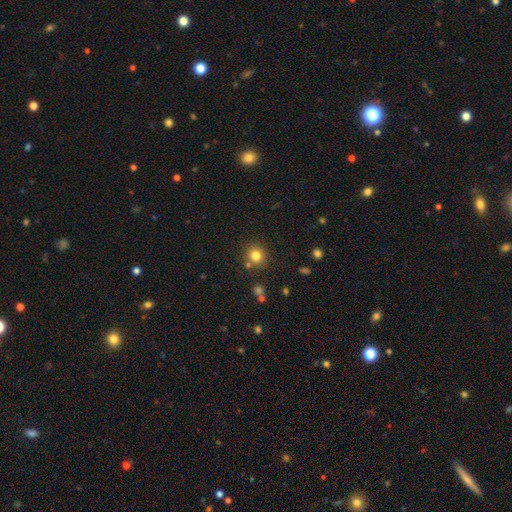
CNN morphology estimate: smooth-or-featured: smooth: 80% | star or artifact: 13% | featured or disk: 7%
  how-rounded: round: 91% | in between: 9% | cigar-shaped: 1%
  merging: none: 79% | minor disturbance: 9% | merger: 9% | major disturbance: 3%